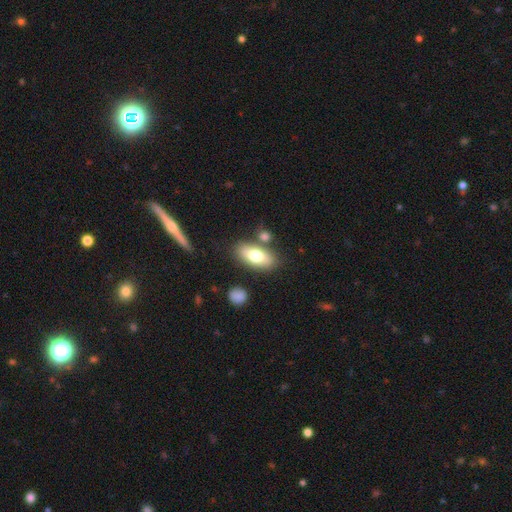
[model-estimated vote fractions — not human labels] smooth 73%, featured or disk 20%, star or artifact 7%. Down the decision tree: how rounded — in between (86%); merging — none (75%).